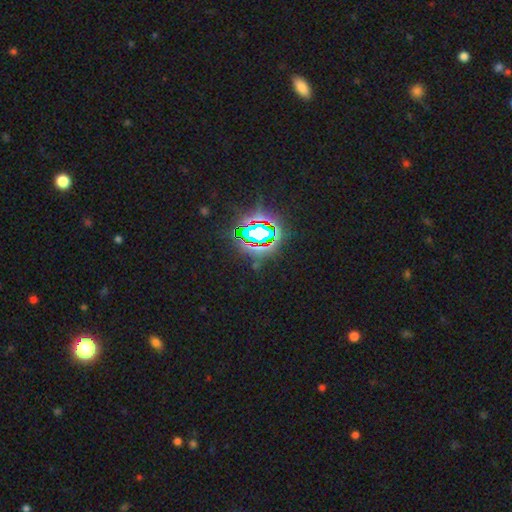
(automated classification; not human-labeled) A star or artifact, not a galaxy (83%).